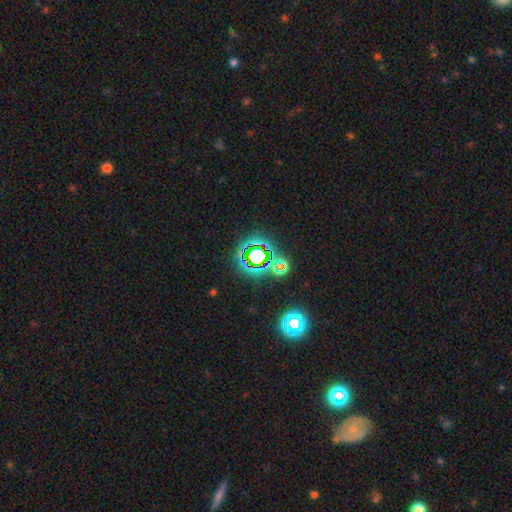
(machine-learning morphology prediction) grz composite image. It shows a star or artifact, not a galaxy (73%).